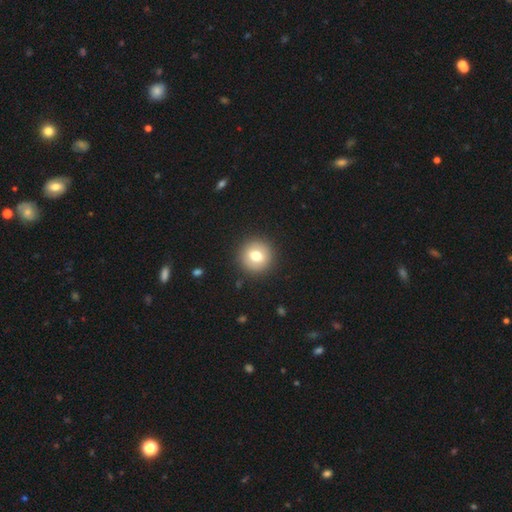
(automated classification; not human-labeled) The model was most divided on "smooth or featured": smooth: 72%, featured or disk: 18%, star or artifact: 9%. More confident: how rounded — round (94%); merging — none (92%).